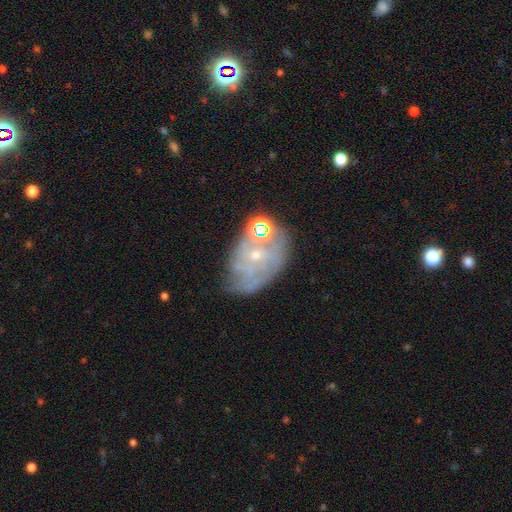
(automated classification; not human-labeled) A featured or disk galaxy (66%) with no bar (73%), spiral arms (71%) and a small central bulge (76%). Merging: none (49%).